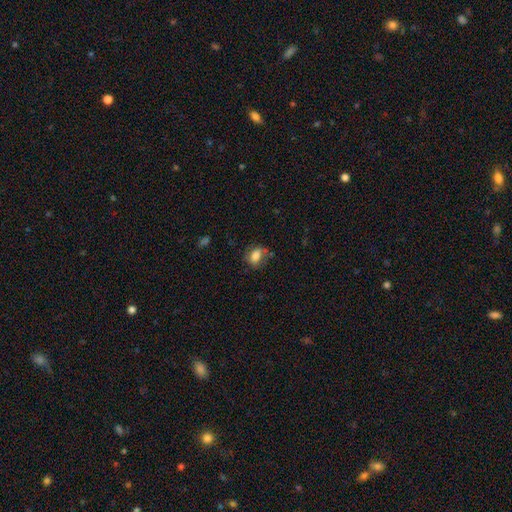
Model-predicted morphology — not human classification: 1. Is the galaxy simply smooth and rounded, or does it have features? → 76% smooth, 14% featured or disk, 9% star or artifact.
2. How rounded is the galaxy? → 73% in between, 25% round, 2% cigar-shaped.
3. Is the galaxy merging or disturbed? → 58% none, 26% minor disturbance, 11% major disturbance, 5% merger.